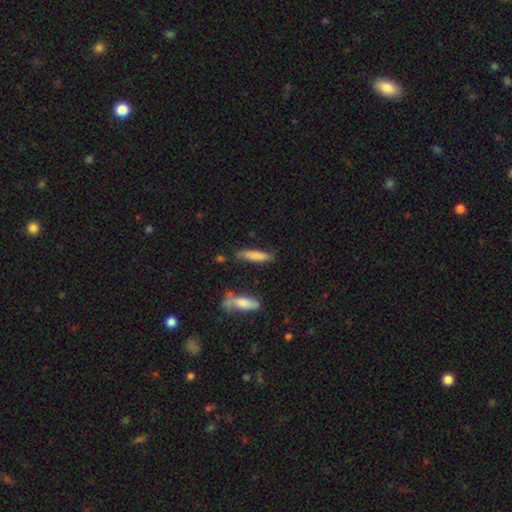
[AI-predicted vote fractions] The model was most divided on "how rounded": cigar-shaped: 77%, in between: 22%, round: 2%. More confident: smooth or featured — smooth (79%); merging — none (79%).